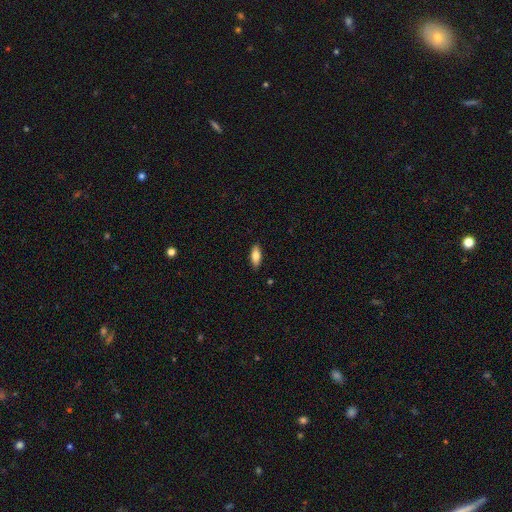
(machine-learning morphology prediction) A smooth galaxy with no disk features (77%) that is in between round and cigar-shaped (78%). Merging: none (88%).